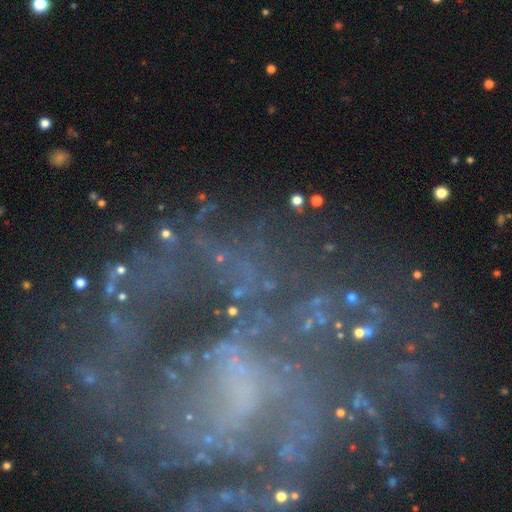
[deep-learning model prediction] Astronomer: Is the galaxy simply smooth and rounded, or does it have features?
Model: featured or disk — 71%.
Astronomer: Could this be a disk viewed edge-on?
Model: no — 97%.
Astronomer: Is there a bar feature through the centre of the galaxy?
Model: no — 49% (runner-up: weak, 33%).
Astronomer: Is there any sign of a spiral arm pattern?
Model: yes — 66%.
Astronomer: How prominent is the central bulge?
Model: none — 54%.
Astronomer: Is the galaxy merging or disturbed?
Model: none — 45% (runner-up: major disturbance, 35%).